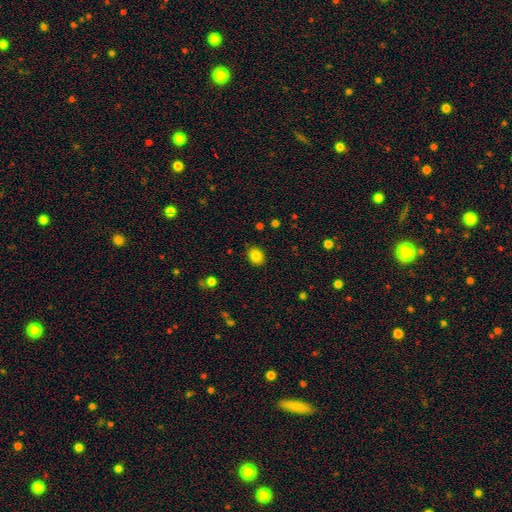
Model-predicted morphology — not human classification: type=smooth (84%); roundness=round (53%); merging=none (87%).